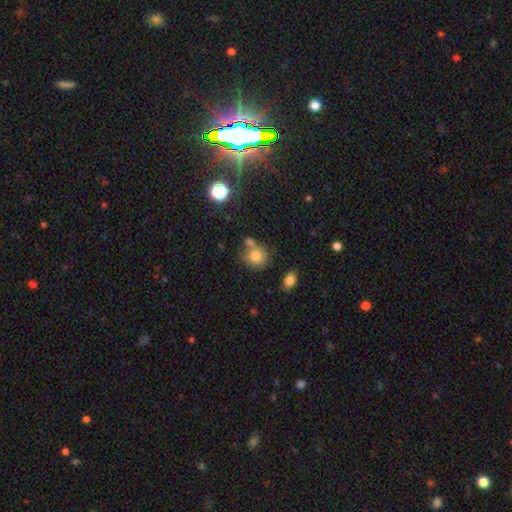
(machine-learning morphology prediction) This is likely a smooth galaxy (77%). How rounded: likely round (78%). Merging: possibly none (56%).